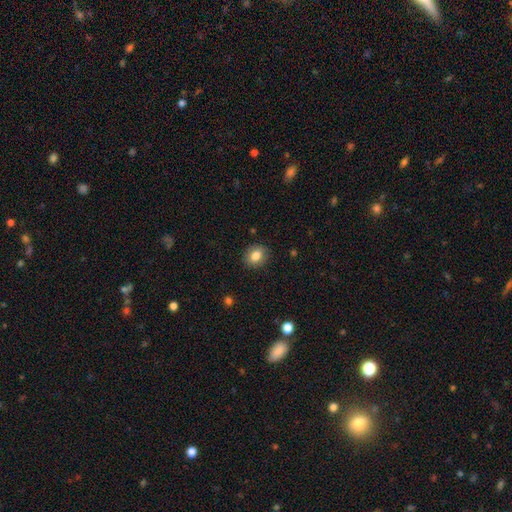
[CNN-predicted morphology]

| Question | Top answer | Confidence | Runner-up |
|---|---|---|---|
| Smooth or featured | smooth | 82% | featured or disk (9%) |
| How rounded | round | 54% | in between (45%) |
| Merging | none | 87% | minor disturbance (9%) |